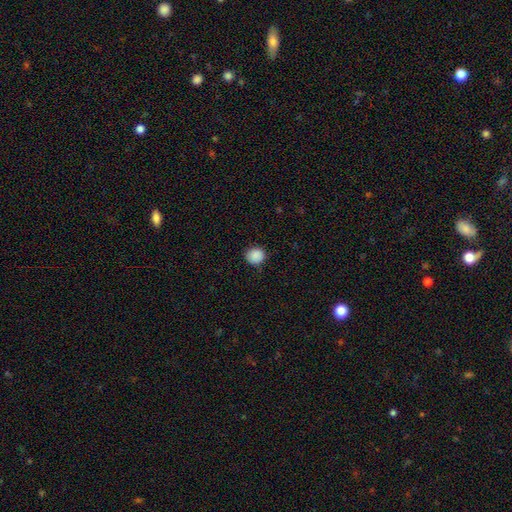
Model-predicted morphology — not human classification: This is clearly a smooth galaxy (89%). How rounded: clearly round (87%). Merging: clearly none (87%).